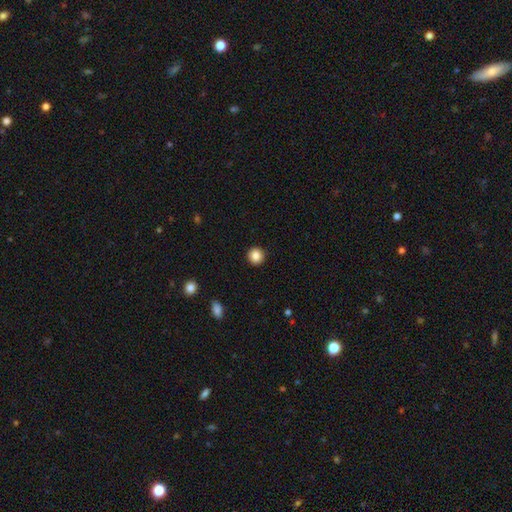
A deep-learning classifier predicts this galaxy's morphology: Smooth or featured? smooth (86%)
How rounded? round (95%)
Merging? none (93%)